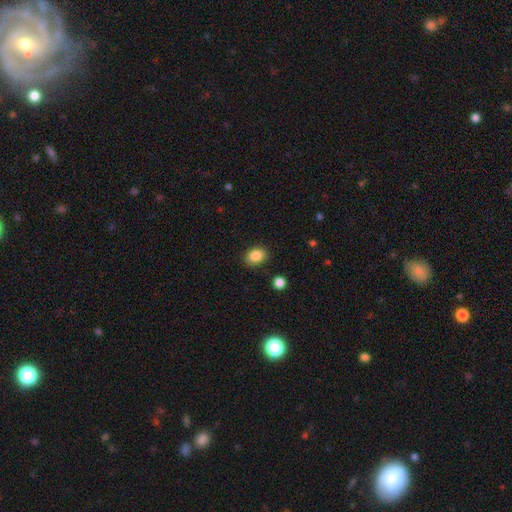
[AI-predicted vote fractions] The model was most divided on "how rounded": in between: 66%, round: 33%, cigar-shaped: 1%. More confident: smooth or featured — smooth (86%); merging — none (85%).